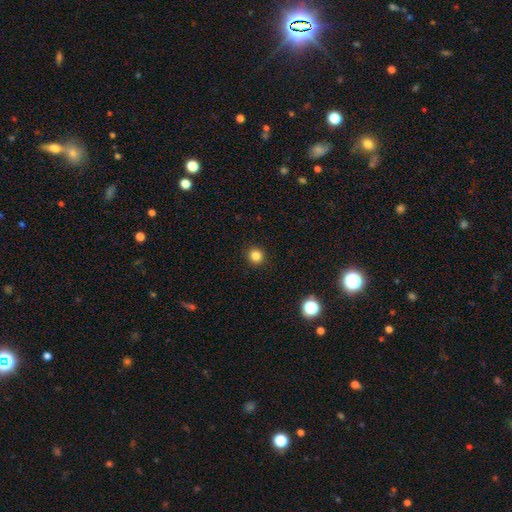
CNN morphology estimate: This is clearly a smooth galaxy (84%). How rounded: clearly round (92%). Merging: clearly none (92%).